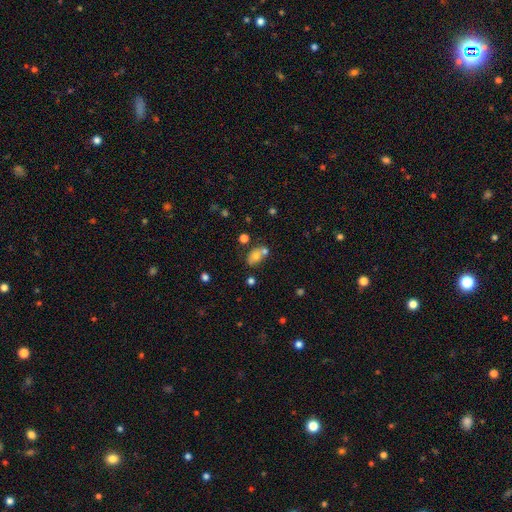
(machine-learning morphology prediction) type=smooth (68%); roundness=in between (69%); merging=none (44%).